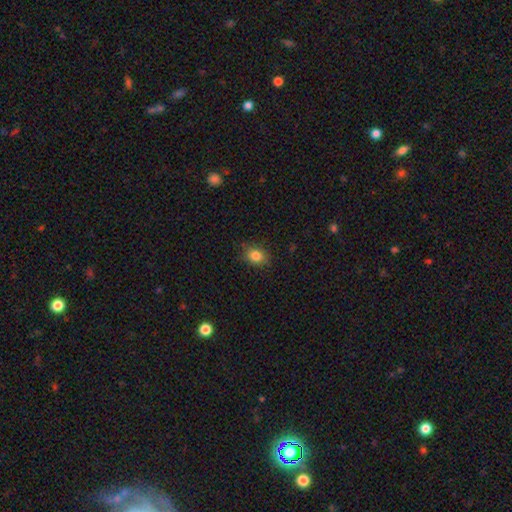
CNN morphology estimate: Smooth or featured: smooth — 82% (star or artifact — 11%)
How rounded: in between — 50% (round — 49%)
Merging: none — 84% (minor disturbance — 13%)